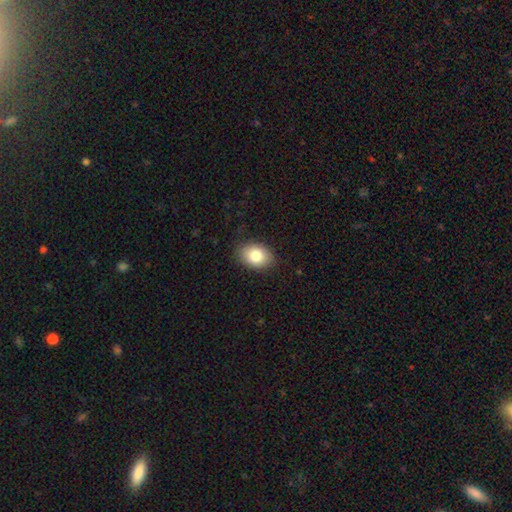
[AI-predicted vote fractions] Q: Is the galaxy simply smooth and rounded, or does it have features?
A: smooth — 83%.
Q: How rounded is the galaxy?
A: in between — 78%.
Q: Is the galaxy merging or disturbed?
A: none — 86%.